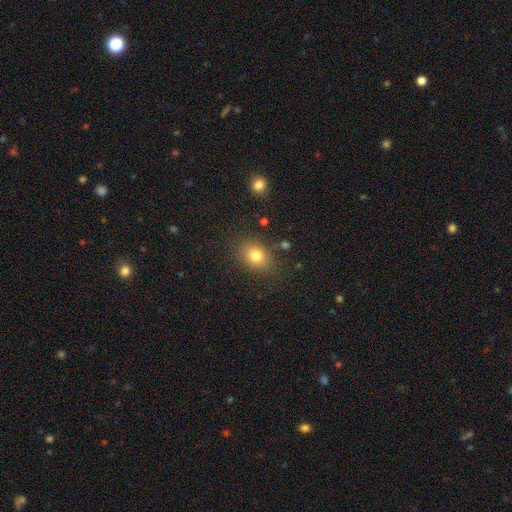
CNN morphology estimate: The model was most divided on "how rounded": in between: 60%, round: 39%, cigar-shaped: 1%. More confident: merging — none (80%); smooth or featured — smooth (79%).